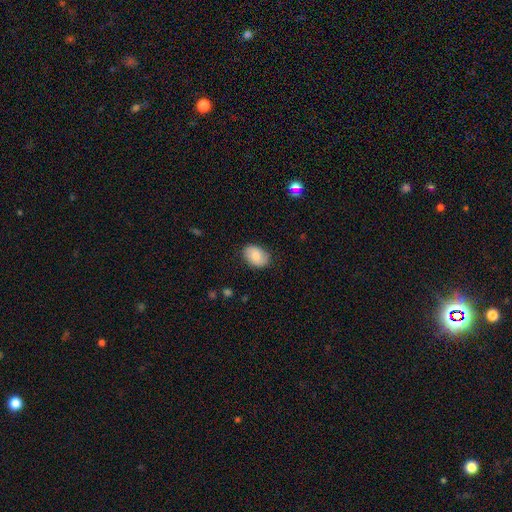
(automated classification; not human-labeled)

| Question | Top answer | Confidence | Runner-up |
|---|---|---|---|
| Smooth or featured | smooth | 76% | featured or disk (17%) |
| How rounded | in between | 81% | round (18%) |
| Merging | none | 82% | minor disturbance (14%) |